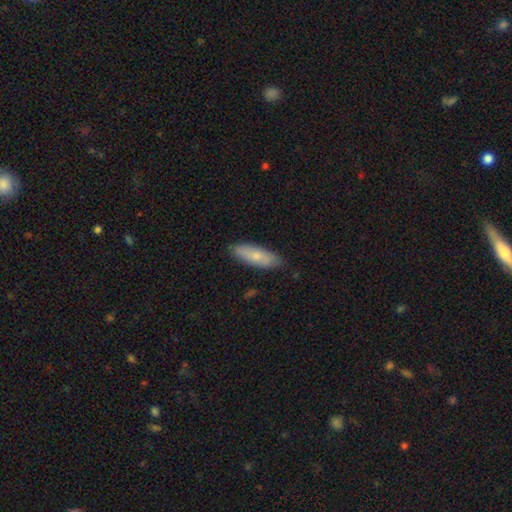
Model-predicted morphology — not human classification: Smooth or featured?
  - smooth: 71% *
  - featured or disk: 23%
  - star or artifact: 6%
How rounded?
  - in between: 59% *
  - cigar-shaped: 39%
  - round: 2%
Merging?
  - none: 83% *
  - minor disturbance: 14%
  - major disturbance: 2%
  - merger: 1%